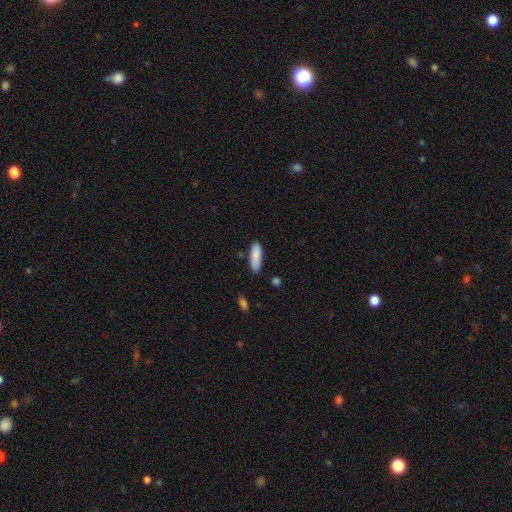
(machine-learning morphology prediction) Smooth or featured: smooth — 87% (featured or disk — 7%)
How rounded: cigar-shaped — 52% (in between — 46%)
Merging: none — 80% (minor disturbance — 14%)